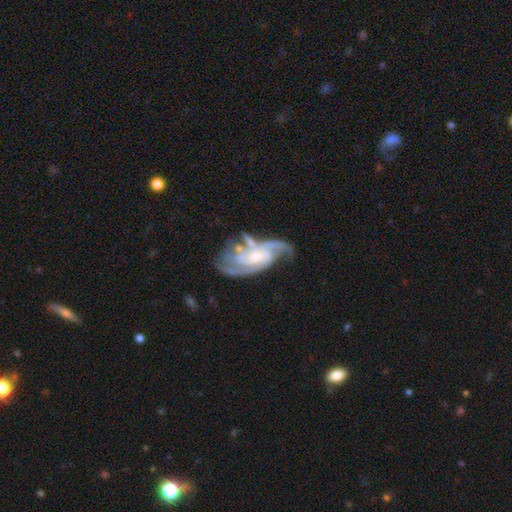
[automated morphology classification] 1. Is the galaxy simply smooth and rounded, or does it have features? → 86% featured or disk, 8% smooth, 5% star or artifact.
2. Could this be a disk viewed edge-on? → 96% no, 4% yes.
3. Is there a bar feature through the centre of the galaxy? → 60% no, 32% weak, 8% strong.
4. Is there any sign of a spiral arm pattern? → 94% yes, 6% no.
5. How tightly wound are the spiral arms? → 45% medium, 37% tight, 18% loose.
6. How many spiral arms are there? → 34% 2, 29% 3, 20% can't tell, 8% 4, 5% 1, 4% more than 4.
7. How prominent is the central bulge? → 53% small, 39% moderate, 4% none, 3% large, 1% dominant.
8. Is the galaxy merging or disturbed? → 47% none, 22% minor disturbance, 19% major disturbance, 13% merger.